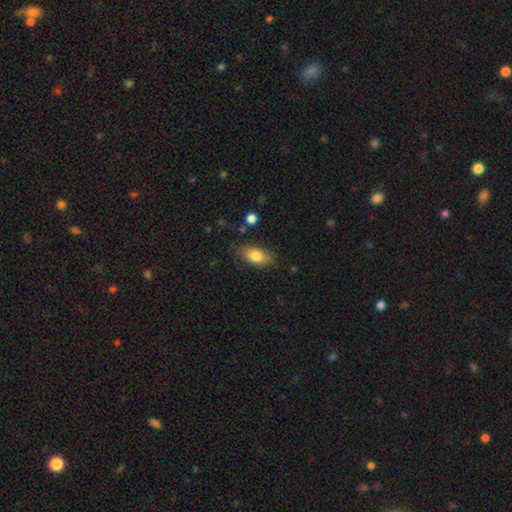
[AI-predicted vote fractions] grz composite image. It shows a smooth galaxy with no disk features (82%) that is in between round and cigar-shaped (89%). Merging: none (78%).